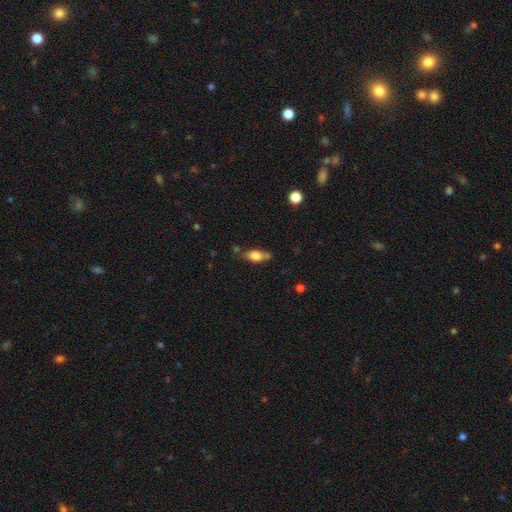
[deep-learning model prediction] Smooth or featured? Predicted: smooth (p=0.78). How rounded? Predicted: in between (p=0.83). Merging? Predicted: none (p=0.61).